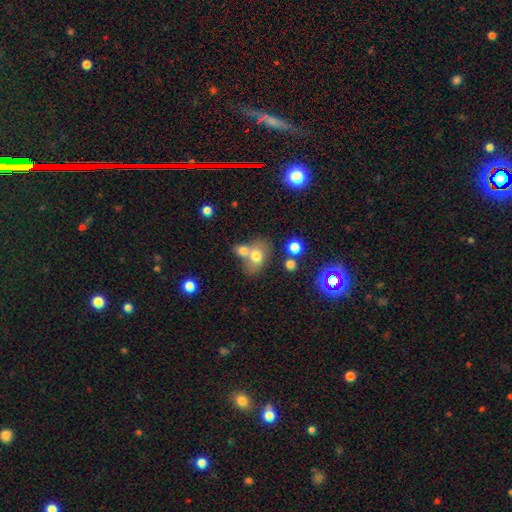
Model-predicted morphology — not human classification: smooth_or_featured: smooth (p=0.72) [alt: featured or disk p=0.17]
how_rounded: in between (p=0.62) [alt: round p=0.37]
merging: merger (p=0.46) [alt: none p=0.39]